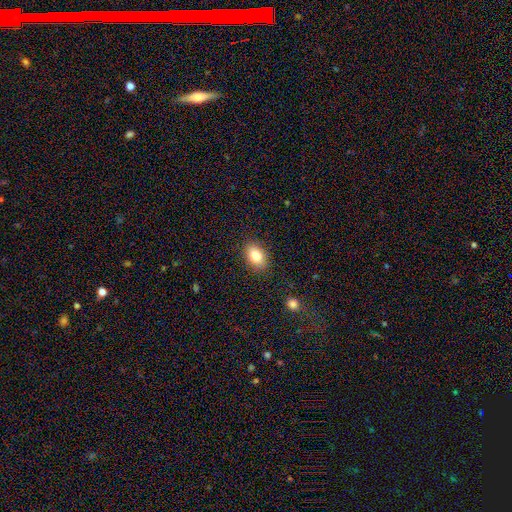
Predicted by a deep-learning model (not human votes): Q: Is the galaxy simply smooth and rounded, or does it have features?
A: smooth — 83%.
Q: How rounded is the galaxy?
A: in between — 85%.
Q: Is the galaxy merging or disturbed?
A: none — 86%.